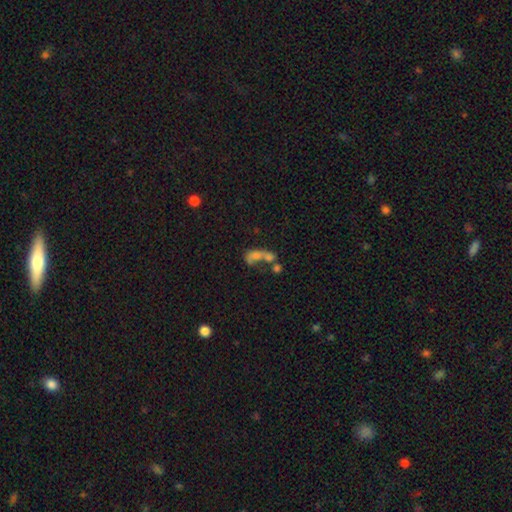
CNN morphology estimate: This appears to be a smooth galaxy with no disk features (54%) that is in between round and cigar-shaped (70%). Merging: merger (59%).